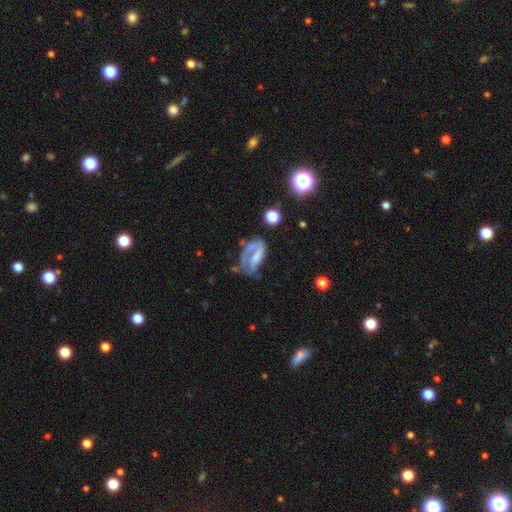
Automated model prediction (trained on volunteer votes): A featured or disk galaxy (62%) with no bar (46%), spiral arms (67%) and no central bulge (41%).

Vote fractions:
- Smooth or featured? featured or disk: 62% / smooth: 28% / star or artifact: 10%
- Edge-on disk? no: 94% / yes: 6%
- Bar? no: 46% / weak: 30% / strong: 24%
- Spiral arms? yes: 67% / no: 33%
- Bulge size? none: 41% / moderate: 24% / small: 22% / large: 10% / dominant: 2%
- Merging? major disturbance: 35% / none: 34% / minor disturbance: 22% / merger: 9%